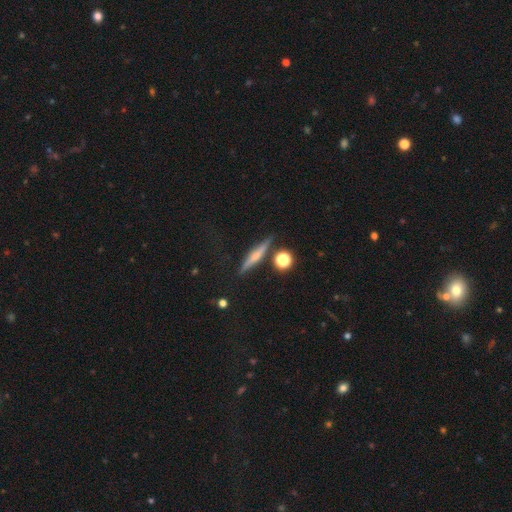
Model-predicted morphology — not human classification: This is possibly a featured or disk galaxy (55%). It is clearly viewed edge-on (95%). Edge-on bulge: likely rounded (70%). Merging: clearly none (82%).